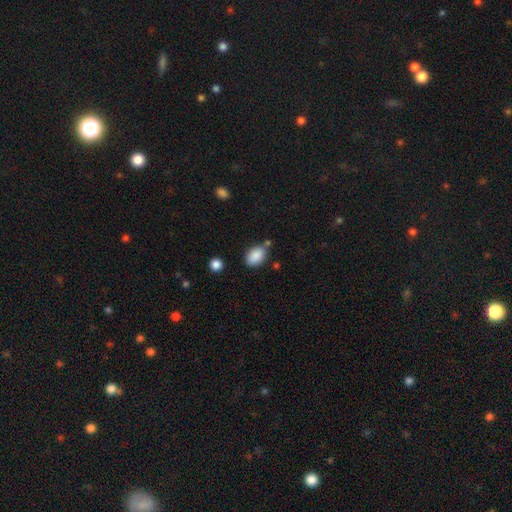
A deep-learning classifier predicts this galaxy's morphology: This appears to be a smooth galaxy with no disk features (88%) that is in between round and cigar-shaped (87%). Merging: none (69%).